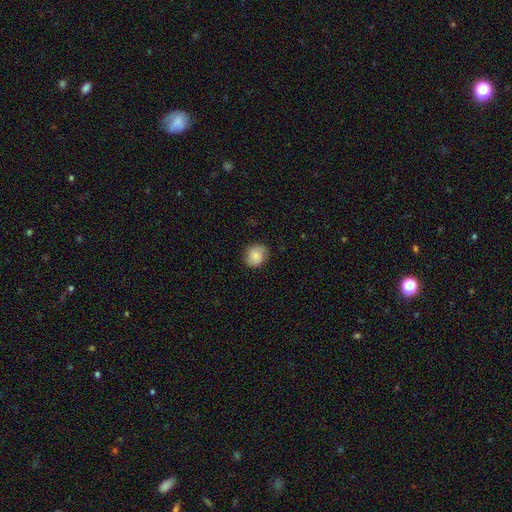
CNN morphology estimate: A smooth galaxy with no disk features (81%) that is round (72%). Merging: none (79%).